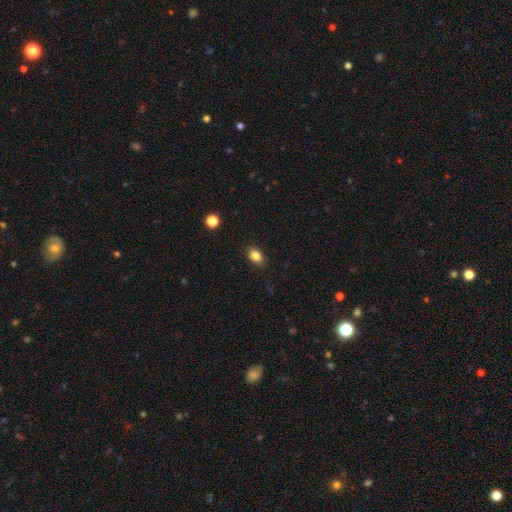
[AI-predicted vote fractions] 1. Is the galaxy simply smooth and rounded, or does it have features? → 84% smooth, 10% star or artifact, 6% featured or disk.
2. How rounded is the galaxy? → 75% in between, 24% round, 2% cigar-shaped.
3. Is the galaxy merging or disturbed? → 83% none, 13% minor disturbance, 3% major disturbance, 1% merger.